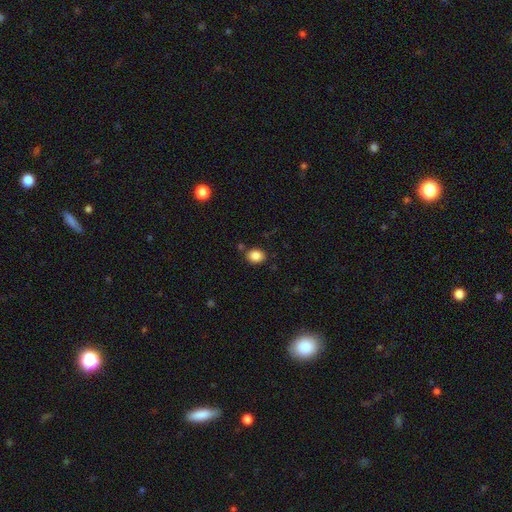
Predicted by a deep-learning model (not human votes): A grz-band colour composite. It shows a smooth galaxy with no disk features (86%) that is in between round and cigar-shaped (51%). Merging: none (82%).